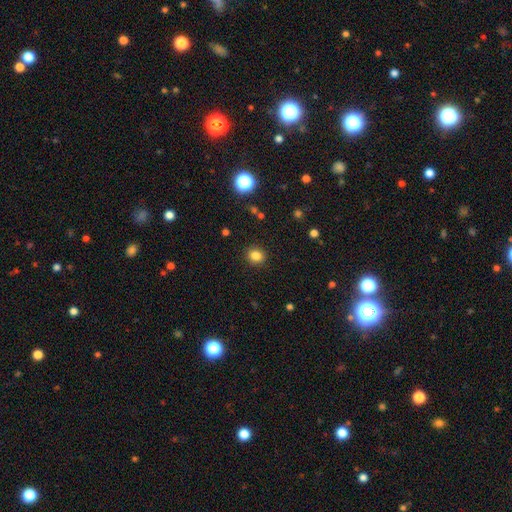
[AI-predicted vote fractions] Smooth or featured?
  - smooth: 83% *
  - star or artifact: 12%
  - featured or disk: 5%
How rounded?
  - round: 80% *
  - in between: 19%
  - cigar-shaped: 1%
Merging?
  - none: 90% *
  - minor disturbance: 6%
  - major disturbance: 2%
  - merger: 1%